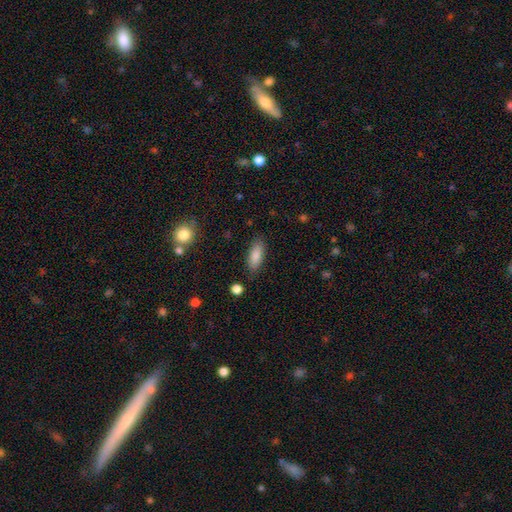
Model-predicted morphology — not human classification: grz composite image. It shows a smooth galaxy with no disk features (86%) that is in between round and cigar-shaped (76%). Merging: none (85%).